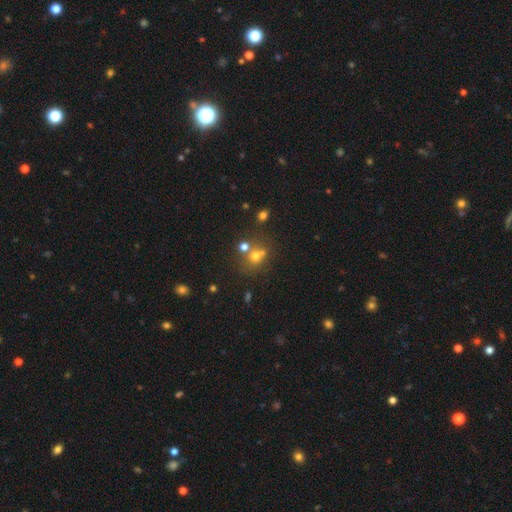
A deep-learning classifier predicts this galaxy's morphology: smooth-or-featured: smooth: 61% | star or artifact: 23% | featured or disk: 16%
  how-rounded: round: 78% | in between: 21% | cigar-shaped: 1%
  merging: none: 49% | merger: 37% | minor disturbance: 9% | major disturbance: 5%